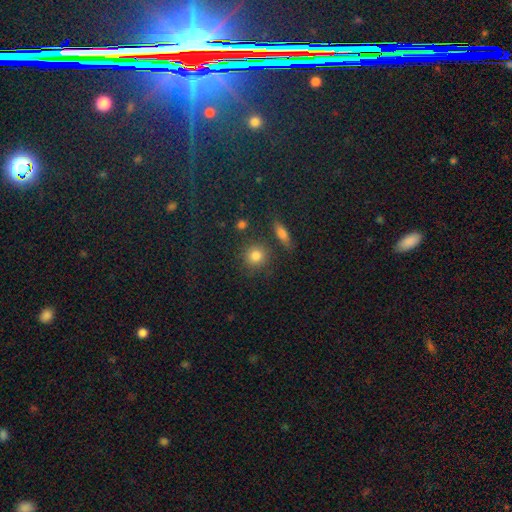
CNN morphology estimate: type=smooth (81%); roundness=round (88%); merging=none (81%).